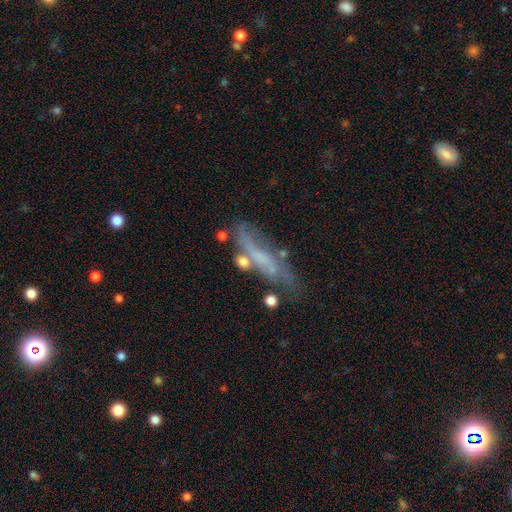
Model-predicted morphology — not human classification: Smooth or featured?
  - featured or disk: 56% *
  - smooth: 31%
  - star or artifact: 14%
Edge-on disk?
  - no: 51% *
  - yes: 49%
Merging?
  - none: 51% *
  - minor disturbance: 23%
  - major disturbance: 17%
  - merger: 10%